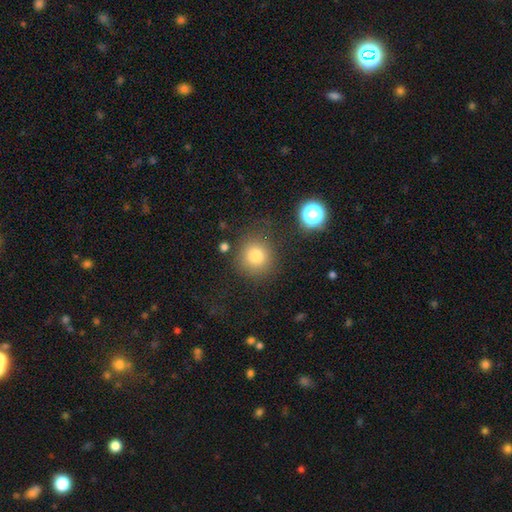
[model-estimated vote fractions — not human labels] A smooth galaxy with no disk features (80%) that is round (90%). Merging: none (81%).